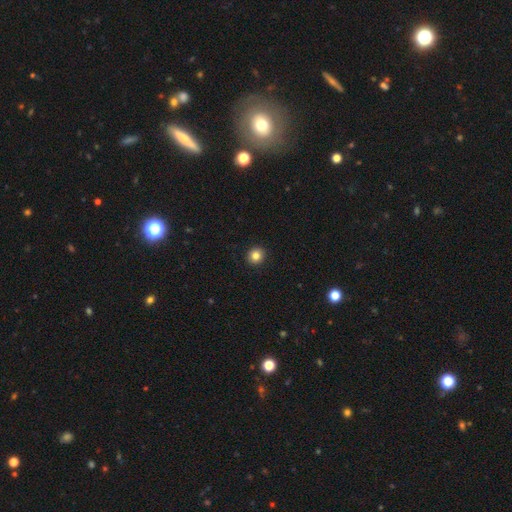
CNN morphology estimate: This appears to be a smooth galaxy with no disk features (84%) that is round (89%). Merging: none (93%).